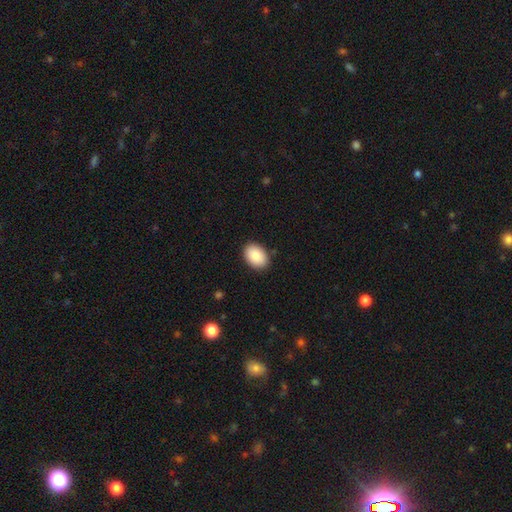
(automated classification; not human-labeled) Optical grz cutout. It shows a smooth galaxy with no disk features (89%) that is in between round and cigar-shaped (84%). Merging: none (88%).